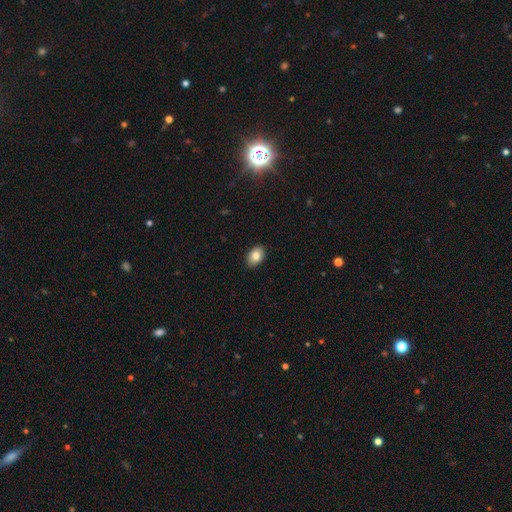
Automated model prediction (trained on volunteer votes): Morphology: type=smooth (84%); roundness=in between (80%); merging=none (89%).